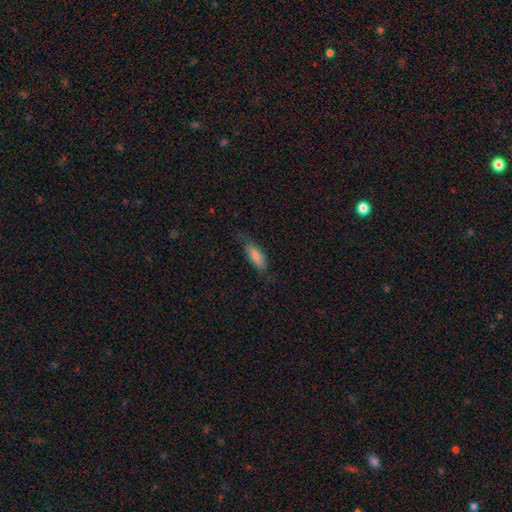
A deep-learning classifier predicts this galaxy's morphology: Smooth or featured?
  - smooth: 71% *
  - featured or disk: 21%
  - star or artifact: 7%
How rounded?
  - in between: 59% *
  - cigar-shaped: 39%
  - round: 2%
Merging?
  - none: 60% *
  - minor disturbance: 29%
  - major disturbance: 10%
  - merger: 1%